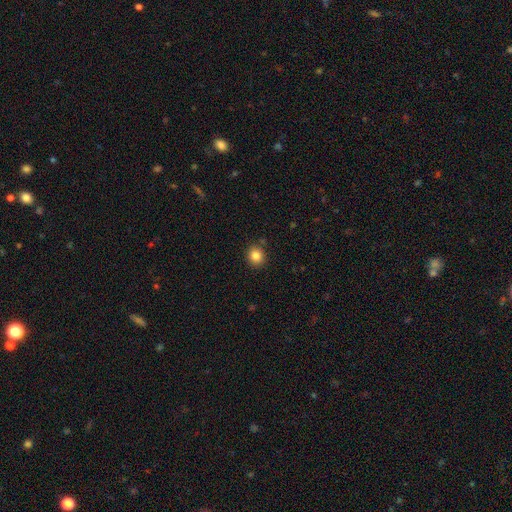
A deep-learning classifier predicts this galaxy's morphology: A smooth galaxy with no disk features (84%) that is round (82%).

Vote fractions:
- Smooth or featured? smooth: 84% / star or artifact: 11% / featured or disk: 5%
- How rounded? round: 82% / in between: 17% / cigar-shaped: 1%
- Merging? none: 87% / minor disturbance: 9% / merger: 2% / major disturbance: 2%